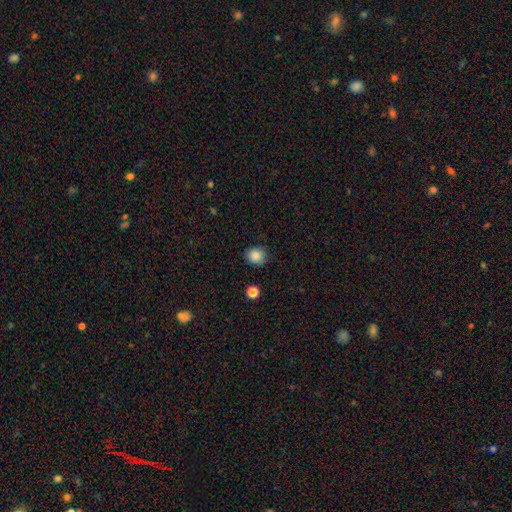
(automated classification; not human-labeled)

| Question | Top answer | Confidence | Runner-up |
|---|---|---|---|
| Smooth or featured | smooth | 86% | star or artifact (10%) |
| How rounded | round | 78% | in between (21%) |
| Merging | none | 83% | minor disturbance (12%) |